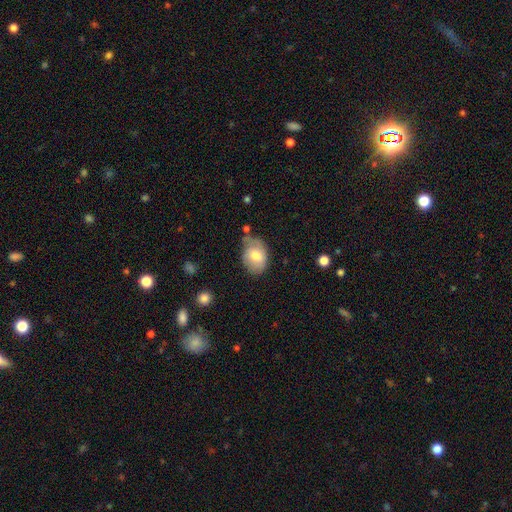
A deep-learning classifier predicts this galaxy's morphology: This appears to be a smooth galaxy with no disk features (66%) that is in between round and cigar-shaped (73%). Merging: none (48%).